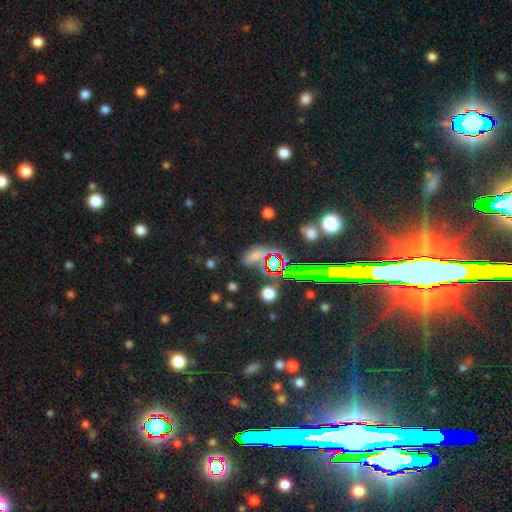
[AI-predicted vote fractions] Overall: smooth (50%; star or artifact 39%). How rounded: in between (72%). Merging: none (63%).